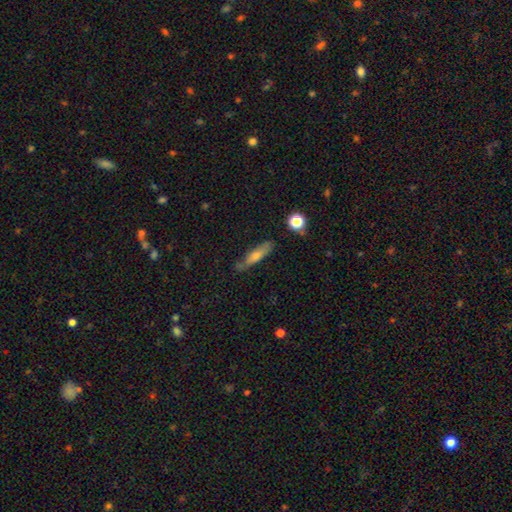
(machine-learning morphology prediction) smooth-or-featured: smooth: 53% | featured or disk: 39% | star or artifact: 8%
  how-rounded: cigar-shaped: 77% | in between: 20% | round: 3%
  merging: none: 74% | minor disturbance: 19% | major disturbance: 4% | merger: 3%